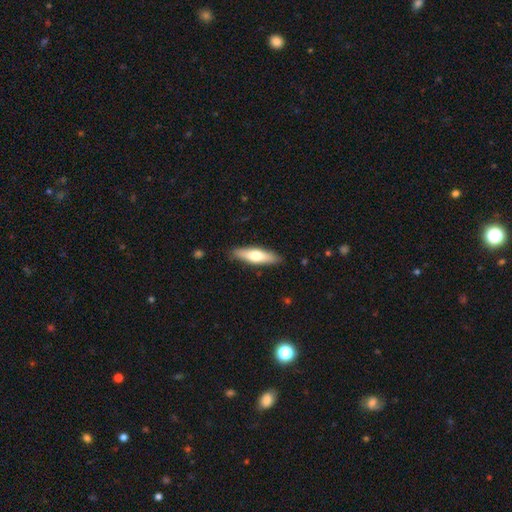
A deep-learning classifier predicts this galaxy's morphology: Smooth or featured? Predicted: smooth (p=0.59). How rounded? Predicted: cigar-shaped (p=0.66). Merging? Predicted: none (p=0.88).